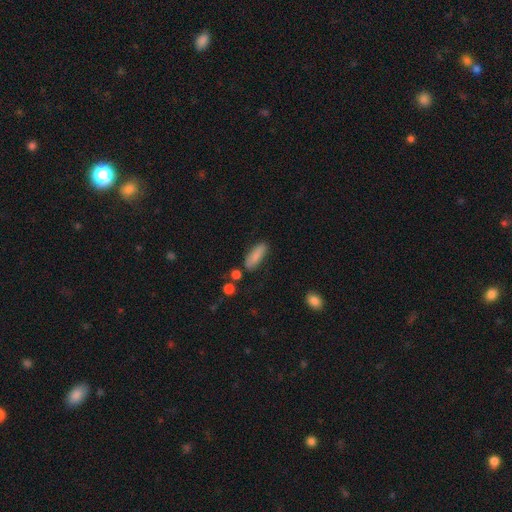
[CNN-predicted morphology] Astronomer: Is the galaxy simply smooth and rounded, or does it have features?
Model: smooth — 83%.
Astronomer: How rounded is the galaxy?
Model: in between — 56% (runner-up: cigar-shaped, 42%).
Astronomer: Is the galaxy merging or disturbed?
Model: none — 75%.